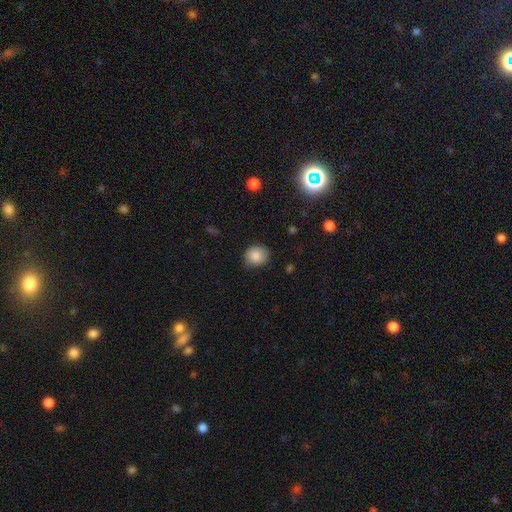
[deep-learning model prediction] Morphology: type=smooth (86%); roundness=round (72%); merging=none (79%).